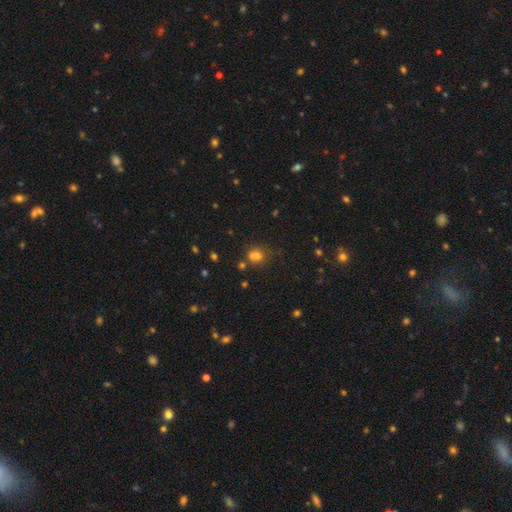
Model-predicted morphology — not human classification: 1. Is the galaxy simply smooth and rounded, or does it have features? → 74% smooth, 18% star or artifact, 8% featured or disk.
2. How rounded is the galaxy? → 68% round, 31% in between, 1% cigar-shaped.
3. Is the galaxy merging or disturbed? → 58% none, 20% merger, 16% minor disturbance, 6% major disturbance.